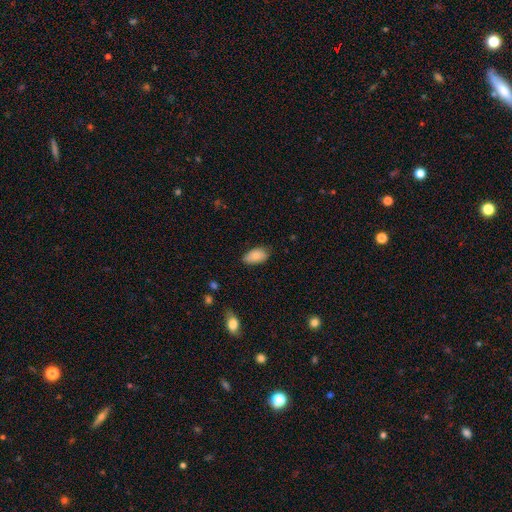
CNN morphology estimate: Q: Smooth or featured?
A: smooth (81%); runner-up: featured or disk (11%)
Q: How rounded?
A: in between (93%); runner-up: round (5%)
Q: Merging?
A: none (72%); runner-up: minor disturbance (23%)